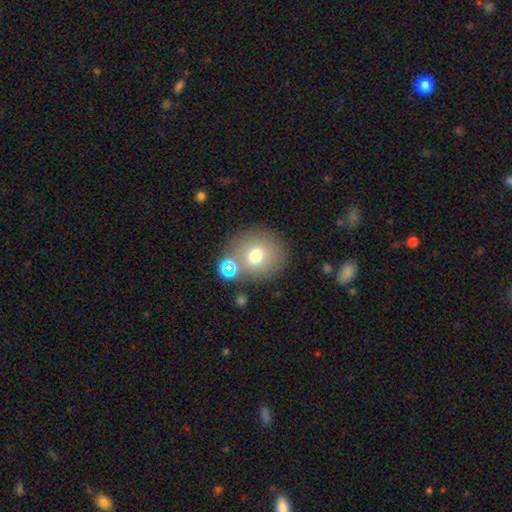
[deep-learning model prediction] Smooth or featured: smooth — 71% (featured or disk — 15%)
How rounded: round — 85% (in between — 14%)
Merging: none — 73% (merger — 11%)